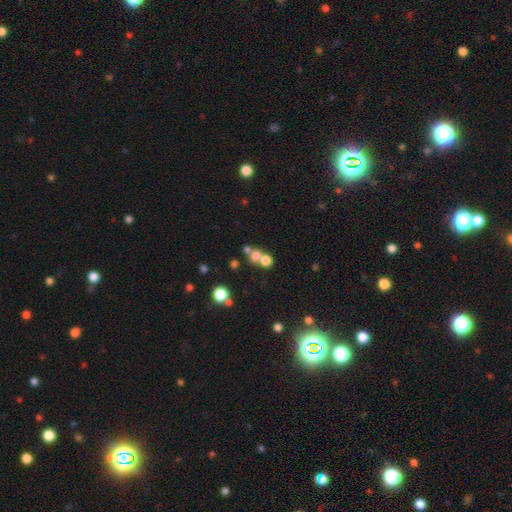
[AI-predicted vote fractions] Smooth or featured: smooth — 66% (star or artifact — 17%)
How rounded: round — 76% (in between — 23%)
Merging: merger — 53% (none — 36%)